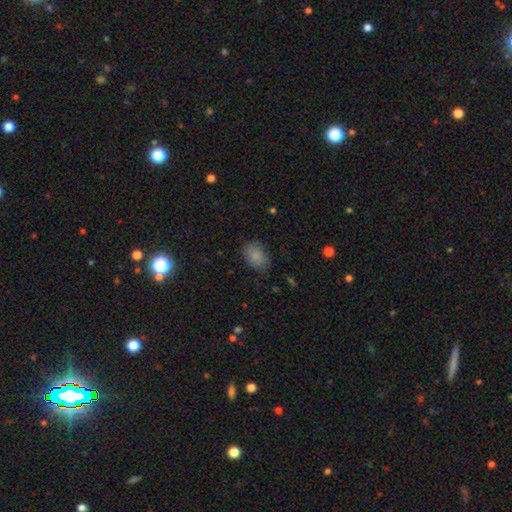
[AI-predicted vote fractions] A smooth galaxy with no disk features (84%) that is in between round and cigar-shaped (81%). Merging: none (78%).